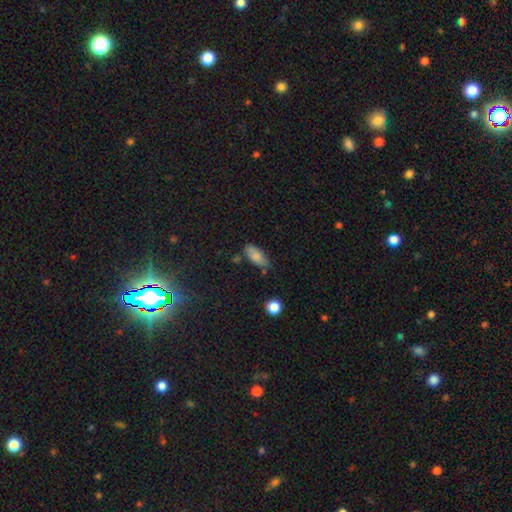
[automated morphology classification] A smooth galaxy with no disk features (81%) that is in between round and cigar-shaped (86%). Merging: none (67%).